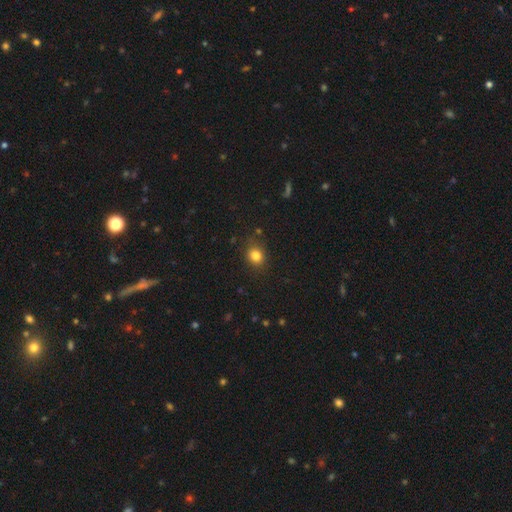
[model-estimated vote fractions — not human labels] smooth-or-featured: smooth: 83% | star or artifact: 12% | featured or disk: 5%
  how-rounded: round: 66% | in between: 33% | cigar-shaped: 1%
  merging: none: 83% | minor disturbance: 12% | major disturbance: 3% | merger: 2%